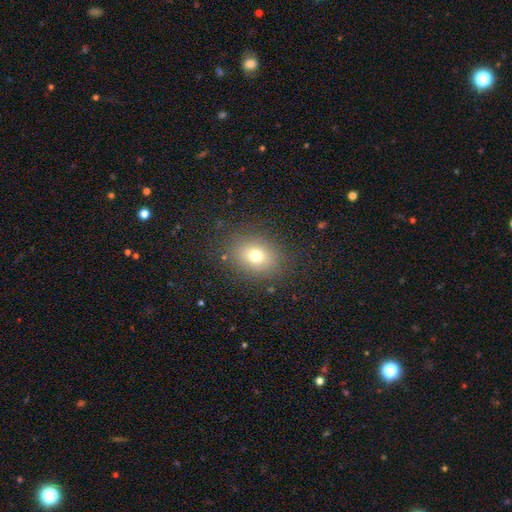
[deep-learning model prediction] This appears to be a smooth galaxy with no disk features (73%) that is round (52%). Merging: none (84%).